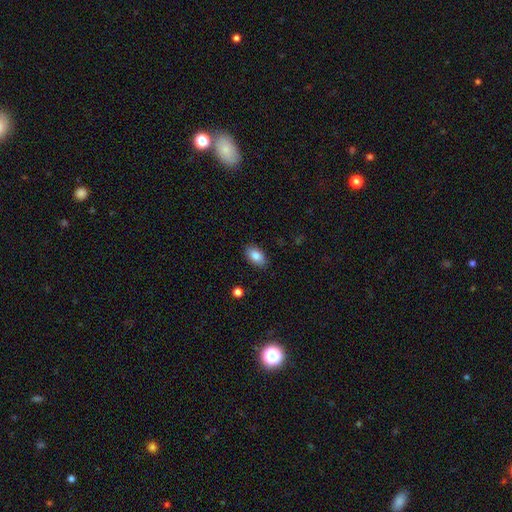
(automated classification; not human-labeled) Morphology: type=smooth (86%); roundness=in between (91%); merging=none (86%).